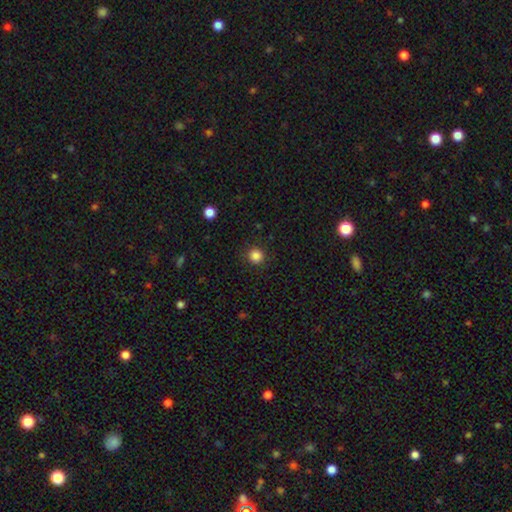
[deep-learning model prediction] Smooth or featured? smooth (85%)
How rounded? round (93%)
Merging? none (89%)